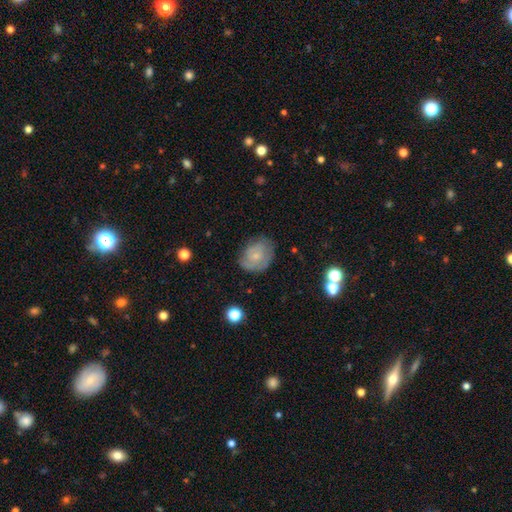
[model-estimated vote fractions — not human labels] Smooth or featured: featured or disk — 47% (smooth — 45%)
Merging: none — 64% (minor disturbance — 25%)